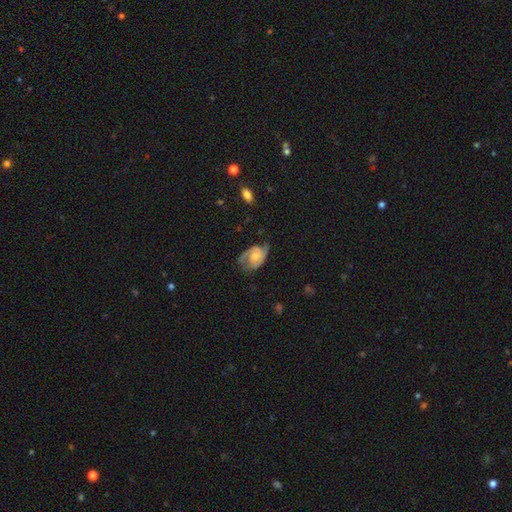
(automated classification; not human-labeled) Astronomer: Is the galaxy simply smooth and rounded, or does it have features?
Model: featured or disk — 76%.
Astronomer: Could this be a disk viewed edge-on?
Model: no — 97%.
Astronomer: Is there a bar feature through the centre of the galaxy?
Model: no — 68%.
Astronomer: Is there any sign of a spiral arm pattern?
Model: yes — 93%.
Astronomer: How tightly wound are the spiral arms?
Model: medium — 45% (runner-up: tight, 39%).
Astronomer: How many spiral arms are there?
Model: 2 — 79%.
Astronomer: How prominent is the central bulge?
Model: moderate — 44% (runner-up: small, 43%).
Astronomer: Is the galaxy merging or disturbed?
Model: none — 56%.